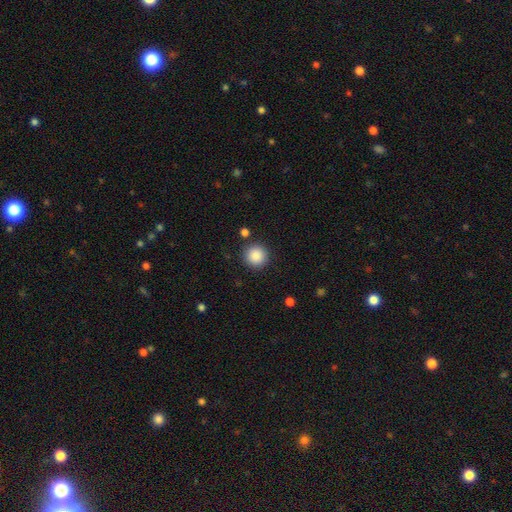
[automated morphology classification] smooth 88%, star or artifact 8%, featured or disk 3%. Down the decision tree: how rounded — round (95%); merging — none (89%).